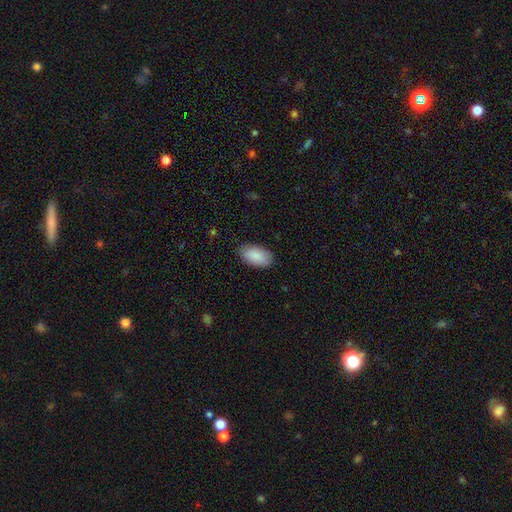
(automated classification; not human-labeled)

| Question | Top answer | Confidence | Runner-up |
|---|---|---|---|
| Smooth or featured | smooth | 89% | star or artifact (6%) |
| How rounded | in between | 95% | round (3%) |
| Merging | none | 84% | minor disturbance (12%) |